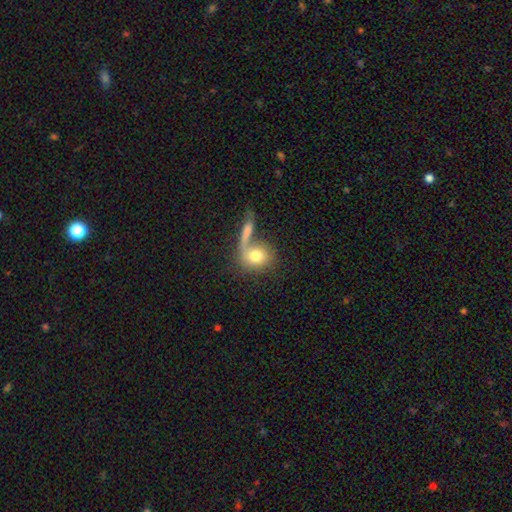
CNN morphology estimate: smooth_or_featured: smooth (p=0.71) [alt: featured or disk p=0.21]
how_rounded: round (p=0.75) [alt: in between p=0.22]
merging: merger (p=0.41) [alt: none p=0.34]